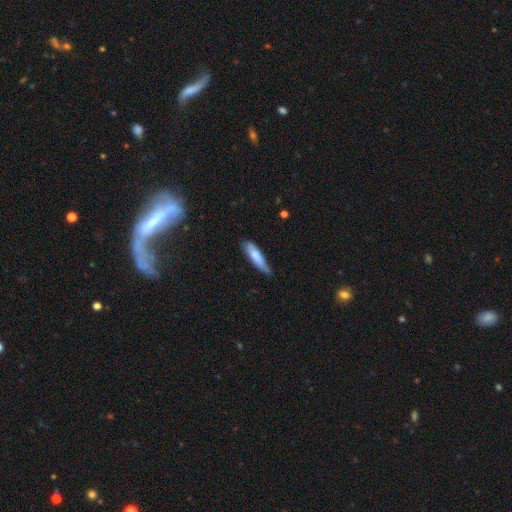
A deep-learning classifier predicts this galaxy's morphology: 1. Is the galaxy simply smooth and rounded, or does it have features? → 78% smooth, 16% featured or disk, 6% star or artifact.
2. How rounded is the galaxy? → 70% cigar-shaped, 28% in between, 1% round.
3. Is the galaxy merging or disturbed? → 57% none, 35% minor disturbance, 6% major disturbance, 2% merger.